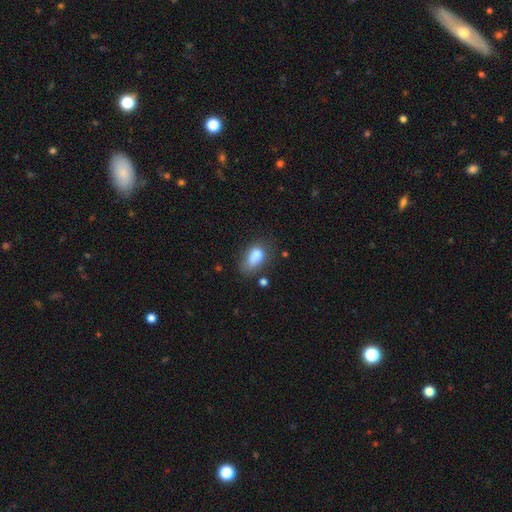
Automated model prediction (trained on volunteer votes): smooth_or_featured: smooth (p=0.78) [alt: featured or disk p=0.12]
how_rounded: in between (p=0.86) [alt: round p=0.12]
merging: none (p=0.35) [alt: minor disturbance p=0.32]